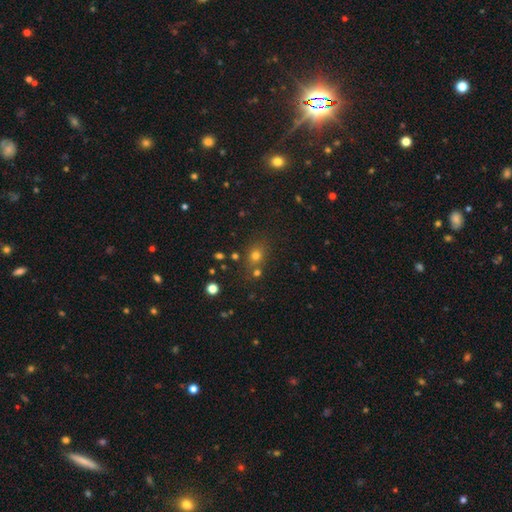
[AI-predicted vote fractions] Q: Smooth or featured?
A: smooth (68%); runner-up: star or artifact (21%)
Q: How rounded?
A: round (63%); runner-up: in between (36%)
Q: Merging?
A: none (70%); runner-up: merger (14%)